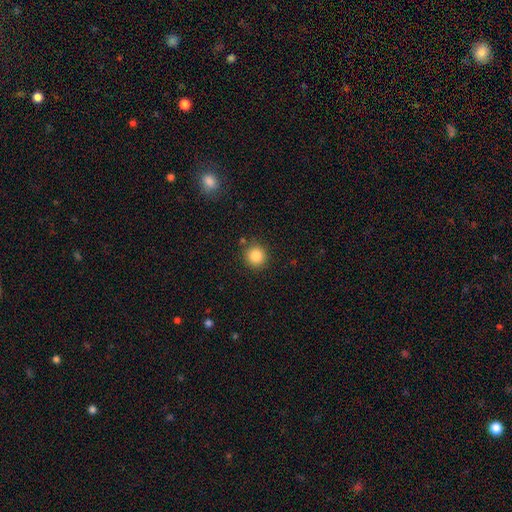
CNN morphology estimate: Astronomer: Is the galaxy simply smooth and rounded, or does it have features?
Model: smooth — 85%.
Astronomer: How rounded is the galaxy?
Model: round — 93%.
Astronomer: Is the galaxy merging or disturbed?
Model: none — 87%.